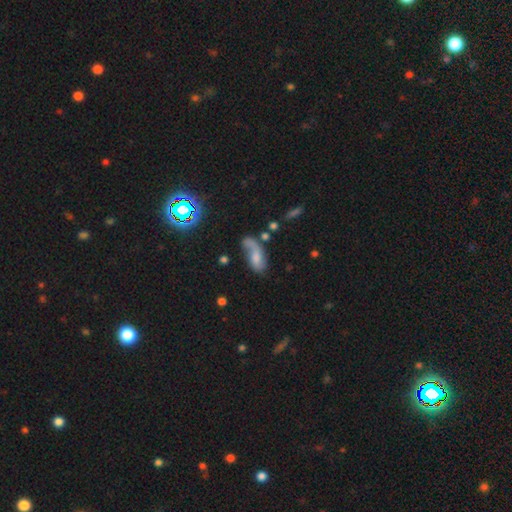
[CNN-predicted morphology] smooth_or_featured: smooth (p=0.45) [alt: featured or disk p=0.43]
merging: none (p=0.33) [alt: major disturbance p=0.30]